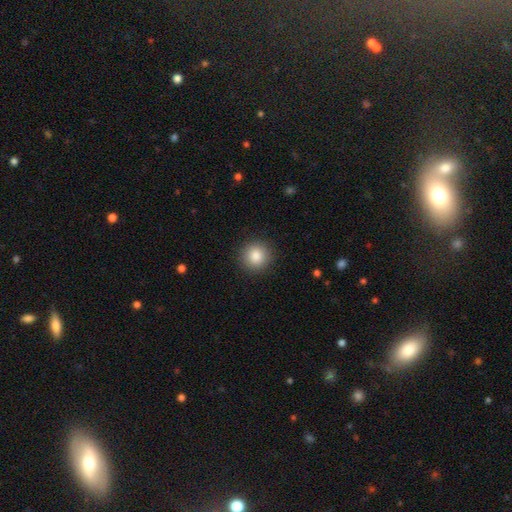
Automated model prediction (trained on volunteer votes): This appears to be a smooth galaxy with no disk features (86%) that is round (93%). Merging: none (91%).